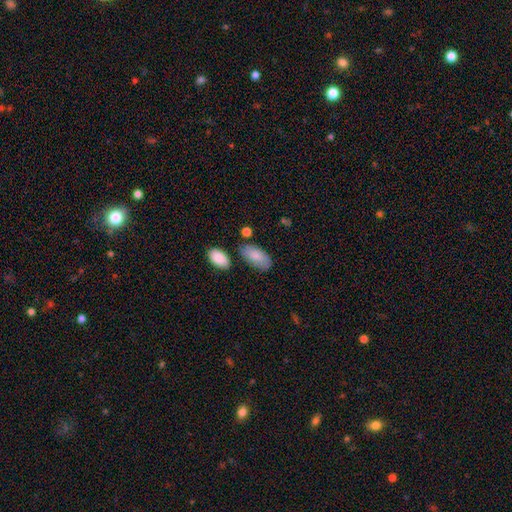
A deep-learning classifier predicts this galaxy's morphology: The model was most divided on "merging": none: 70%, minor disturbance: 19%, merger: 7%, major disturbance: 5%. More confident: how rounded — in between (94%); smooth or featured — smooth (84%).